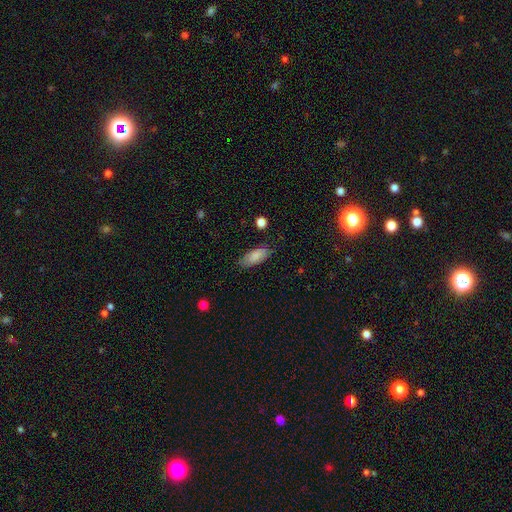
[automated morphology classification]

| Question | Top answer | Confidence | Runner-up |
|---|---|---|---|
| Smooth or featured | smooth | 85% | featured or disk (8%) |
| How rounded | in between | 80% | cigar-shaped (18%) |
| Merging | none | 80% | minor disturbance (15%) |